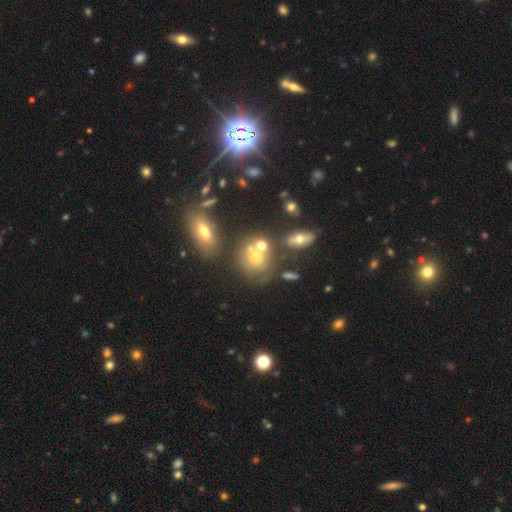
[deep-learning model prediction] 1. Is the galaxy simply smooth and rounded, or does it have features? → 55% smooth, 26% featured or disk, 20% star or artifact.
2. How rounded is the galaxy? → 69% round, 29% in between, 2% cigar-shaped.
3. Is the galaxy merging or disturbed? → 48% none, 28% merger, 16% minor disturbance, 9% major disturbance.